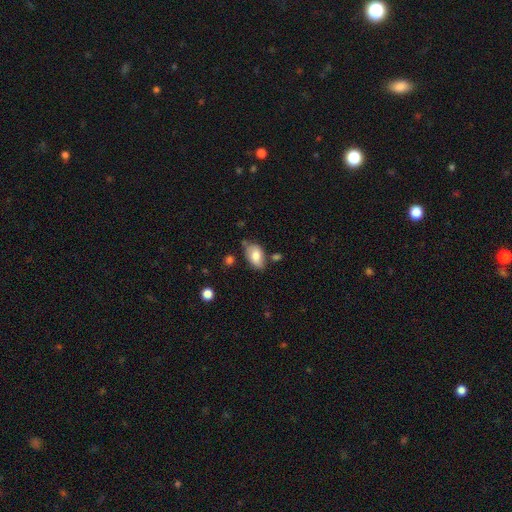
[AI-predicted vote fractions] A smooth galaxy with no disk features (76%) that is in between round and cigar-shaped (92%).

Vote fractions:
- Smooth or featured? smooth: 76% / featured or disk: 17% / star or artifact: 7%
- How rounded? in between: 92% / round: 6% / cigar-shaped: 2%
- Merging? none: 63% / minor disturbance: 24% / merger: 8% / major disturbance: 5%